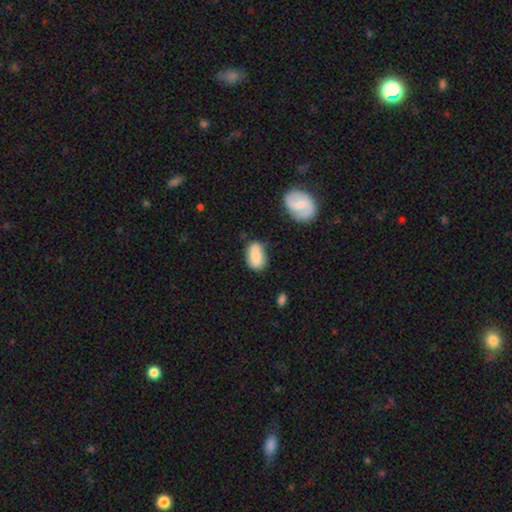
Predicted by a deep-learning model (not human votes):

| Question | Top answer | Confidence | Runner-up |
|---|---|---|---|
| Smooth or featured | smooth | 78% | featured or disk (15%) |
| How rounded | in between | 89% | round (8%) |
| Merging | none | 62% | minor disturbance (27%) |